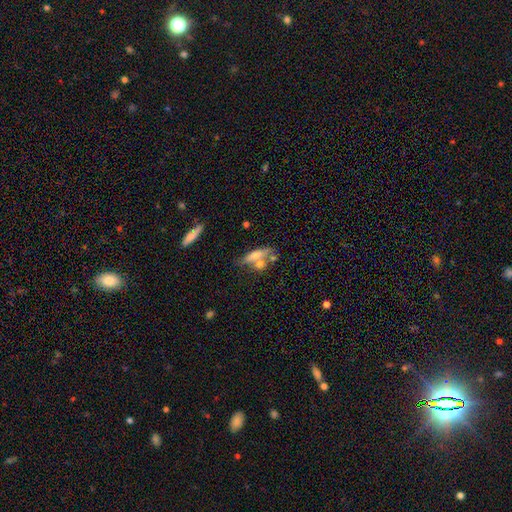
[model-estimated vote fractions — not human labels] A smooth galaxy with no disk features (60%) that is cigar-shaped (51%). Merging: none (42%).